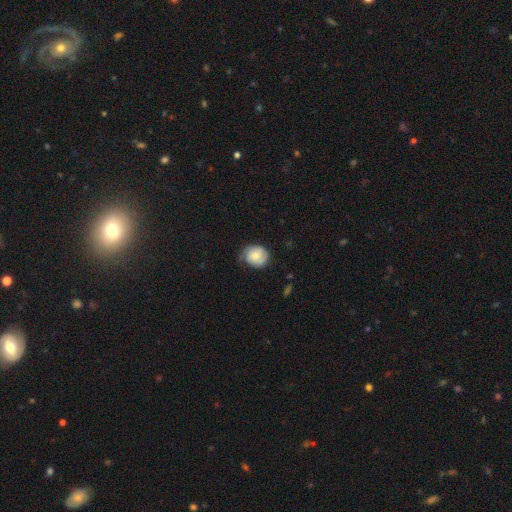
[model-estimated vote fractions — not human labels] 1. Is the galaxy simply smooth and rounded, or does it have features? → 58% smooth, 35% featured or disk, 7% star or artifact.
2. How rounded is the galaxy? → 75% round, 24% in between, 1% cigar-shaped.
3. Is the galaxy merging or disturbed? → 58% none, 32% minor disturbance, 9% major disturbance, 1% merger.